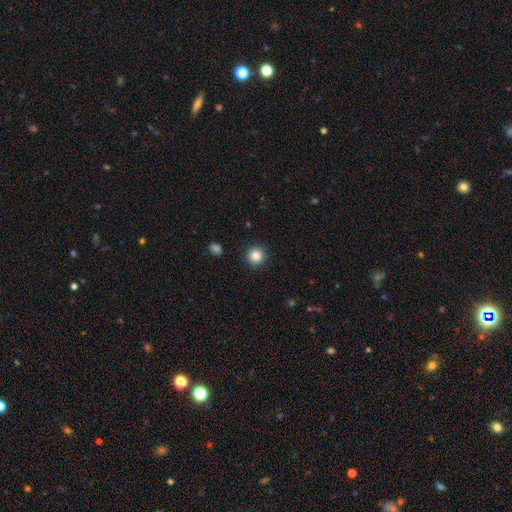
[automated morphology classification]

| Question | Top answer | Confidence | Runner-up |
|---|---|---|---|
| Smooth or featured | smooth | 86% | star or artifact (11%) |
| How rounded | round | 94% | in between (5%) |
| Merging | none | 91% | minor disturbance (6%) |